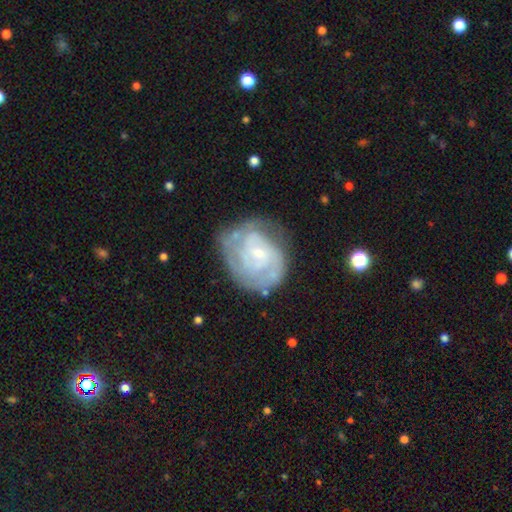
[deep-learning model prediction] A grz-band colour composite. It shows a featured or disk galaxy (81%) with no bar (61%), 2 (33%, tied with can't tell) tight (68%) spiral arms (93%) and a small central bulge (70%). Merging: none (67%).